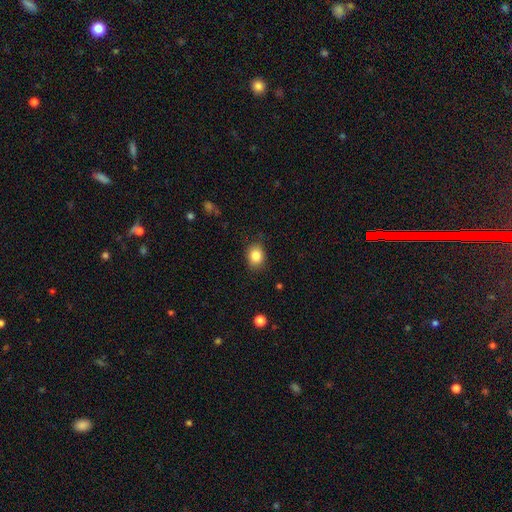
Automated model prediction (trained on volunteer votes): smooth-or-featured: smooth: 85% | star or artifact: 9% | featured or disk: 6%
  how-rounded: in between: 53% | round: 46% | cigar-shaped: 1%
  merging: none: 84% | minor disturbance: 12% | major disturbance: 3% | merger: 1%